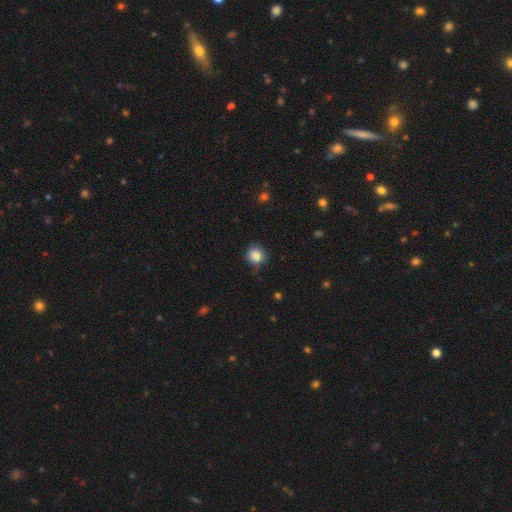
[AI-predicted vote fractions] smooth-or-featured: smooth: 86% | star or artifact: 10% | featured or disk: 4%
  how-rounded: round: 82% | in between: 17% | cigar-shaped: 1%
  merging: none: 69% | minor disturbance: 24% | major disturbance: 5% | merger: 2%